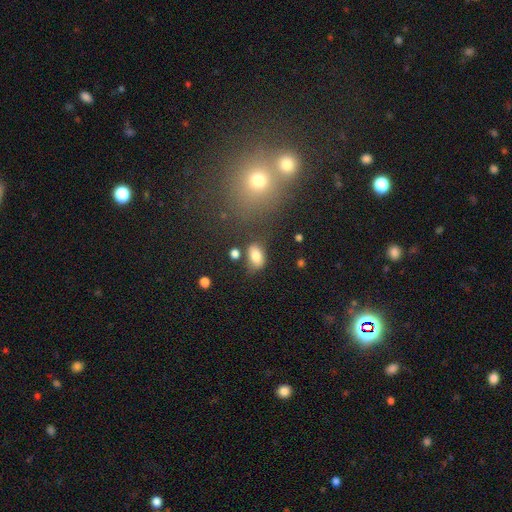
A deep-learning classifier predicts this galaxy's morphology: smooth 81%, featured or disk 10%, star or artifact 9%. Down the decision tree: how rounded — in between (88%); merging — none (62%).